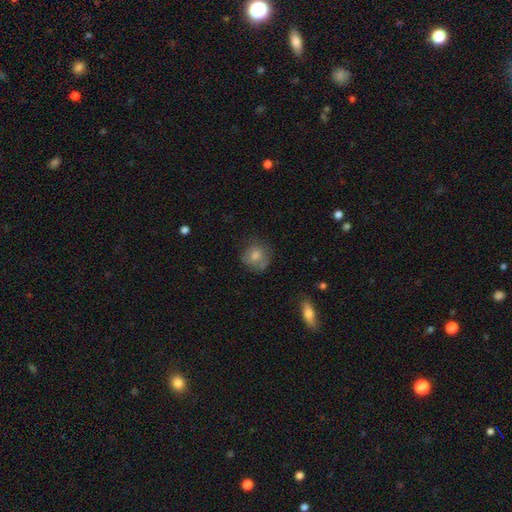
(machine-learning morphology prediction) Smooth or featured? Predicted: smooth (p=0.74). How rounded? Predicted: round (p=0.81). Merging? Predicted: none (p=0.62).